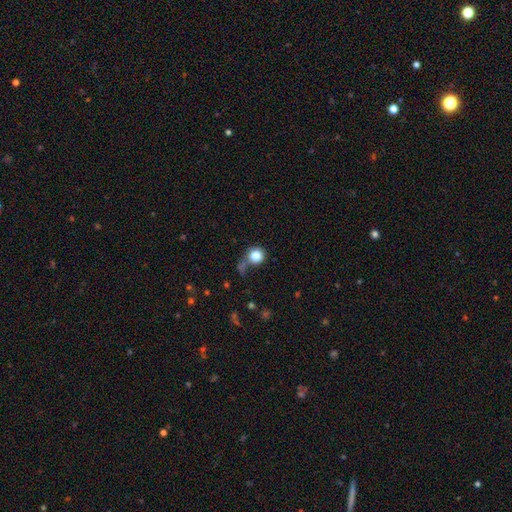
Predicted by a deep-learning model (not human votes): A smooth galaxy with no disk features (83%) that is round (90%). Merging: none (50%).